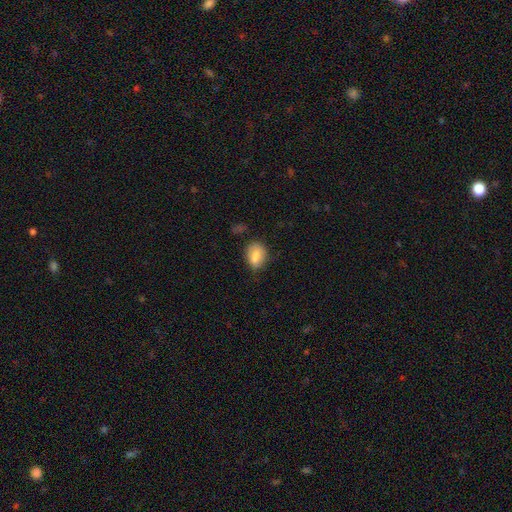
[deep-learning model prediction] smooth 77%, featured or disk 14%, star or artifact 9%. Down the decision tree: how rounded — in between (68%); merging — none (59%).